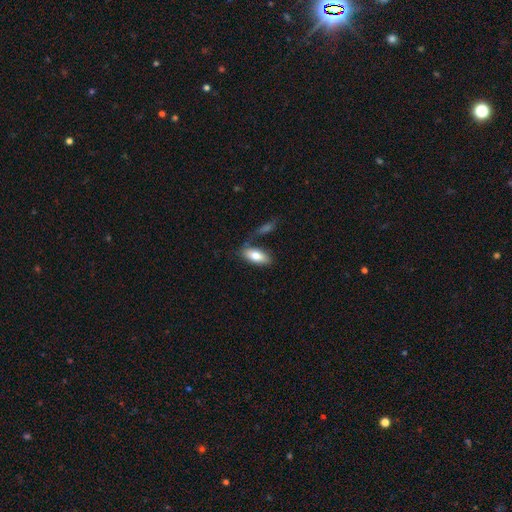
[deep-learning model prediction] Smooth or featured?
  - smooth: 77% *
  - featured or disk: 16%
  - star or artifact: 6%
How rounded?
  - in between: 85% *
  - cigar-shaped: 13%
  - round: 2%
Merging?
  - none: 64% *
  - minor disturbance: 18%
  - merger: 12%
  - major disturbance: 6%